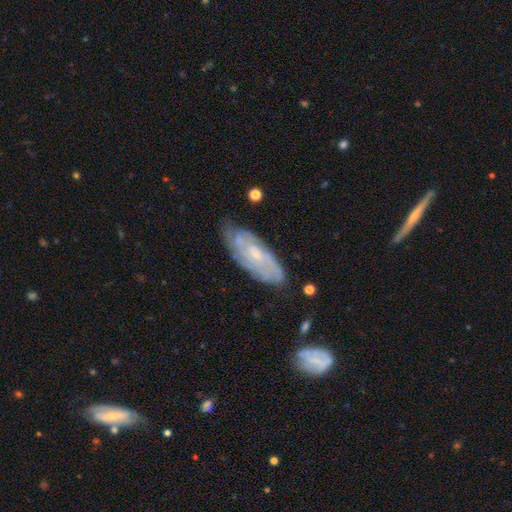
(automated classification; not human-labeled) Smooth or featured: featured or disk — 67% (smooth — 26%)
Edge-on disk: no — 86% (yes — 14%)
Bar: no — 69% (weak — 26%)
Spiral arms: yes — 85% (no — 15%)
Bulge size: small — 67% (moderate — 26%)
Merging: none — 72% (minor disturbance — 21%)